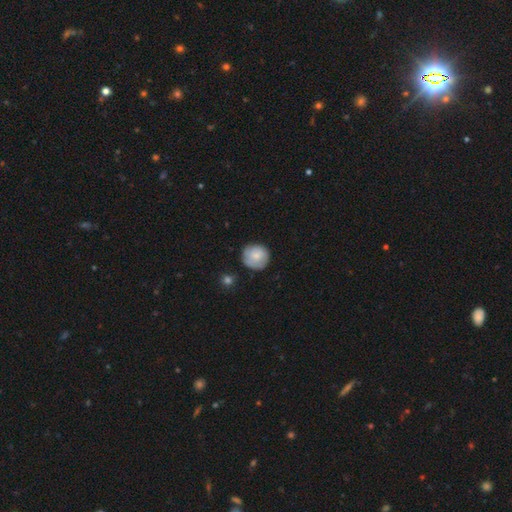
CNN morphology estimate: A smooth galaxy with no disk features (75%) that is round (90%).

Vote fractions:
- Smooth or featured? smooth: 75% / featured or disk: 19% / star or artifact: 7%
- How rounded? round: 90% / in between: 9% / cigar-shaped: 1%
- Merging? none: 75% / minor disturbance: 20% / major disturbance: 4% / merger: 2%